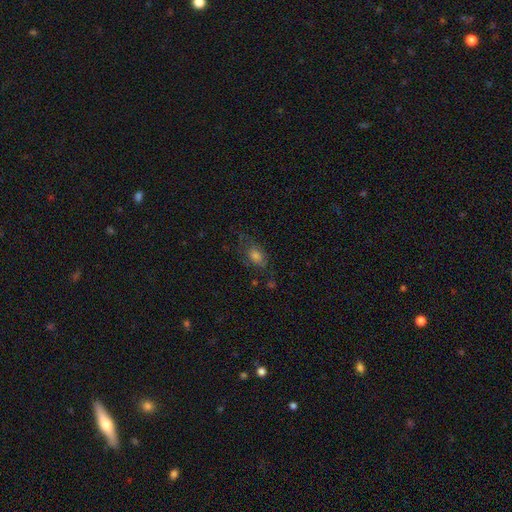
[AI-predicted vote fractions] Smooth or featured: smooth — 61% (featured or disk — 23%)
How rounded: in between — 77% (round — 19%)
Merging: none — 59% (minor disturbance — 24%)